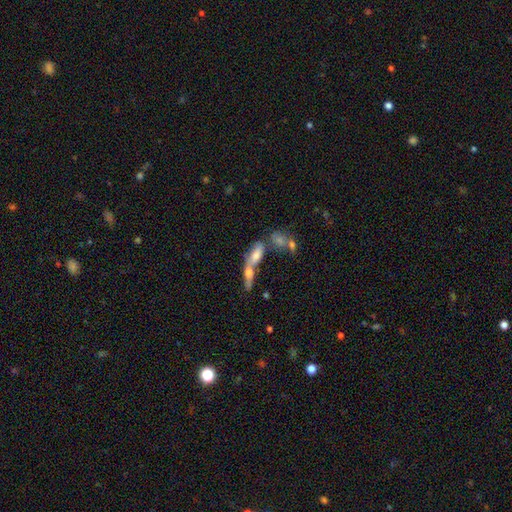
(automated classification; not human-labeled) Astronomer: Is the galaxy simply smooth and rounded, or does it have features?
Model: smooth — 52% (runner-up: featured or disk, 35%).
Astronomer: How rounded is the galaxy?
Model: in between — 54% (runner-up: cigar-shaped, 41%).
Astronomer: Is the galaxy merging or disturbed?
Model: merger — 65%.